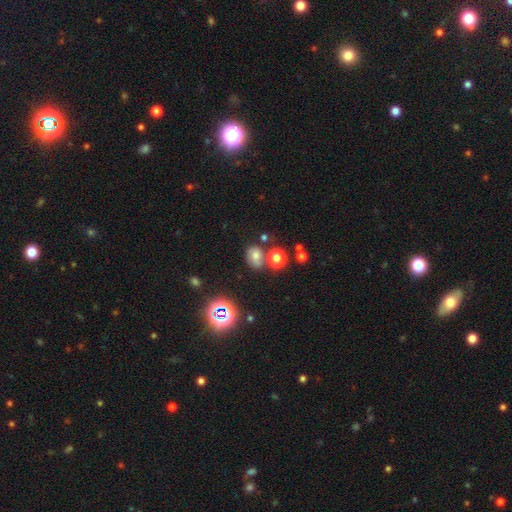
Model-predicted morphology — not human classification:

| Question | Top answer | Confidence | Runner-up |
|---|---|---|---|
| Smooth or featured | smooth | 60% | star or artifact (22%) |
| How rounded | in between | 50% | round (49%) |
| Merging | none | 58% | minor disturbance (18%) |